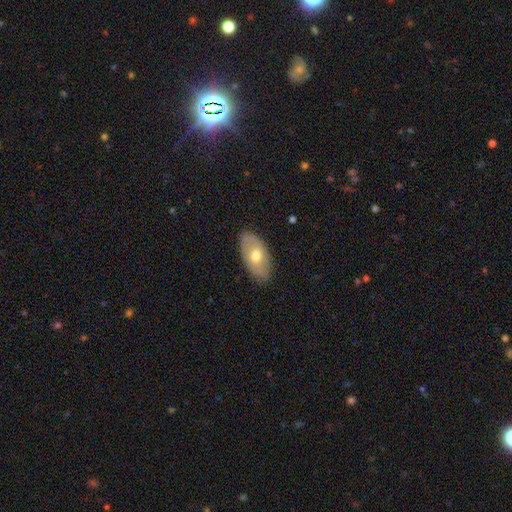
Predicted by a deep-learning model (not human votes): Smooth or featured? Predicted: smooth (p=0.56). How rounded? Predicted: in between (p=0.93). Merging? Predicted: none (p=0.83).